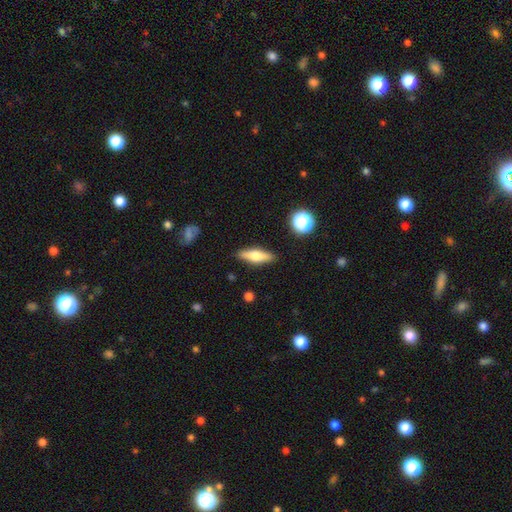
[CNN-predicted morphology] Smooth or featured? smooth (50%)
How rounded? cigar-shaped (60%)
Merging? none (88%)